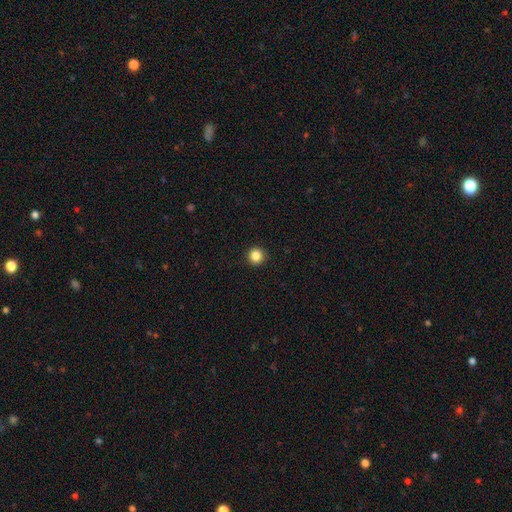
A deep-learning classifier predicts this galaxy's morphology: Q: Smooth or featured?
A: smooth (86%); runner-up: star or artifact (11%)
Q: How rounded?
A: round (96%); runner-up: in between (3%)
Q: Merging?
A: none (94%); runner-up: minor disturbance (4%)